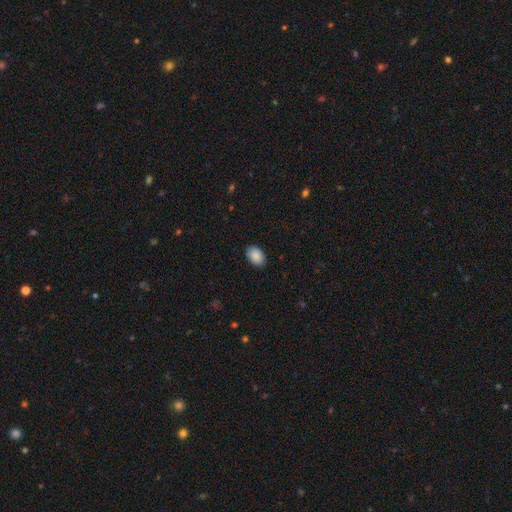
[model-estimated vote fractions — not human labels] Smooth or featured: smooth — 90% (star or artifact — 7%)
How rounded: in between — 86% (round — 13%)
Merging: none — 88% (minor disturbance — 9%)